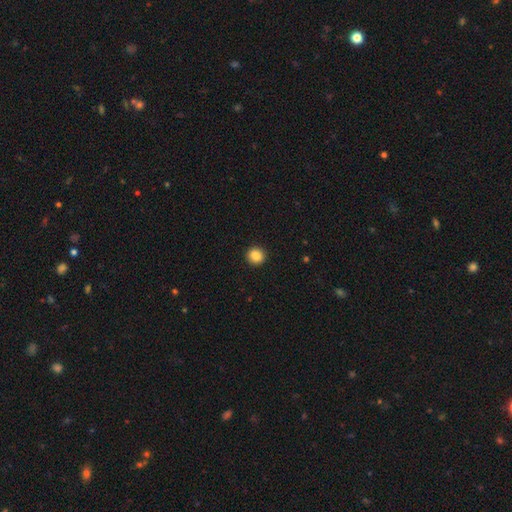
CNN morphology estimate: Smooth or featured? smooth (87%)
How rounded? round (90%)
Merging? none (93%)